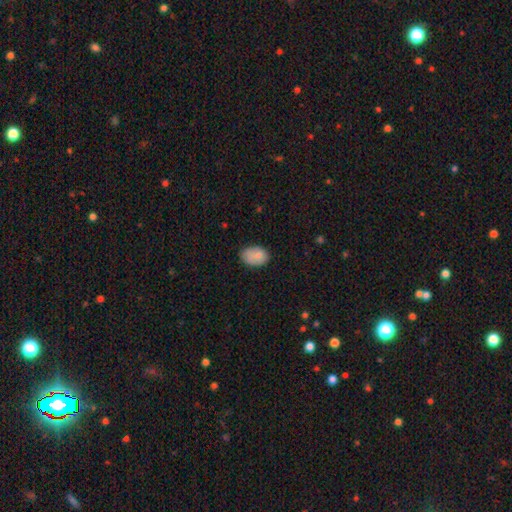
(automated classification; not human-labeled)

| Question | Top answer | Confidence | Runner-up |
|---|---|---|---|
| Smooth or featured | smooth | 79% | featured or disk (13%) |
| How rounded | in between | 84% | round (15%) |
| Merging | none | 69% | minor disturbance (24%) |